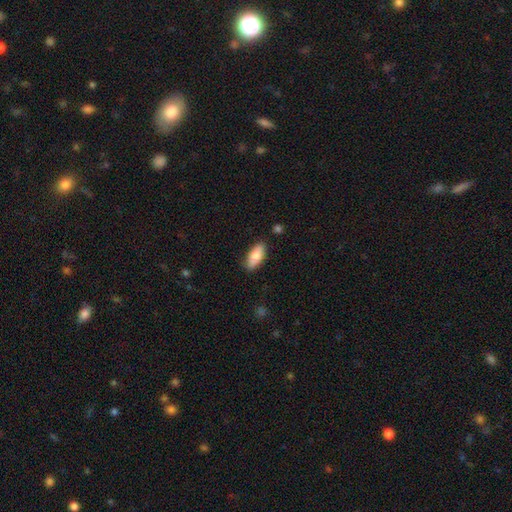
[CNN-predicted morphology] The model was most divided on "smooth or featured": smooth: 78%, featured or disk: 16%, star or artifact: 6%. More confident: how rounded — in between (83%); merging — none (82%).